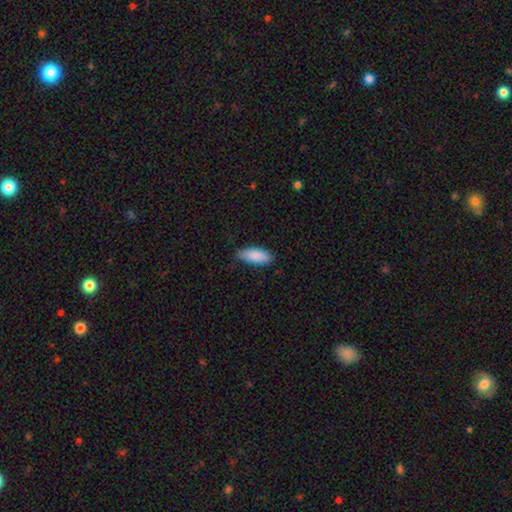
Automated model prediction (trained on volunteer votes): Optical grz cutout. It shows a smooth galaxy with no disk features (89%) that is in between round and cigar-shaped (81%). Merging: none (82%).